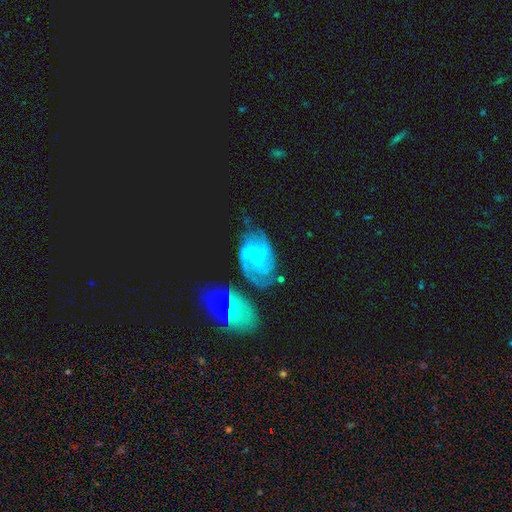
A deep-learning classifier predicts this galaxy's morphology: Q: Smooth or featured?
A: featured or disk (85%); runner-up: smooth (8%)
Q: Edge-on disk?
A: no (97%); runner-up: yes (3%)
Q: Bar?
A: no (58%); runner-up: weak (35%)
Q: Spiral arms?
A: yes (96%); runner-up: no (4%)
Q: Spiral winding?
A: tight (54%); runner-up: medium (38%)
Q: Spiral arm count?
A: 2 (27%); tied with: 3 (27%)
Q: Bulge size?
A: small (77%); runner-up: moderate (16%)
Q: Merging?
A: none (59%); runner-up: minor disturbance (20%)